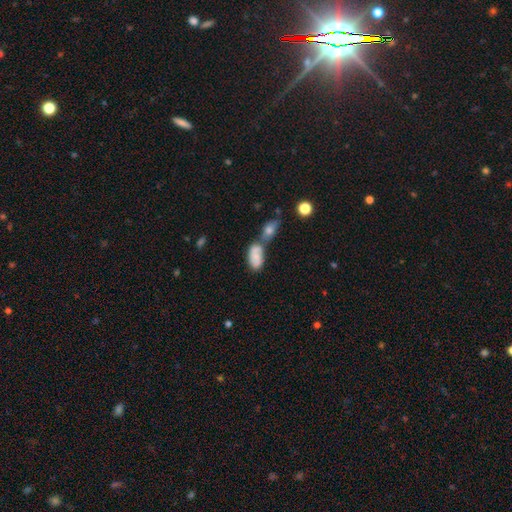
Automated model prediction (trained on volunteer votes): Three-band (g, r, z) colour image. It shows a smooth galaxy with no disk features (67%) that is in between round and cigar-shaped (91%). Merging: merger (53%).